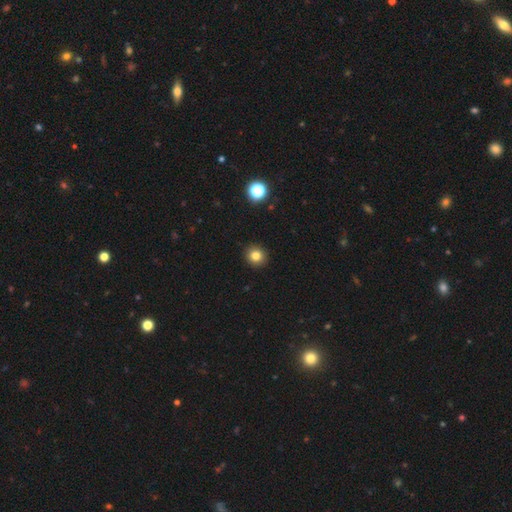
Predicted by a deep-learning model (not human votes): Smooth or featured?
  - smooth: 82% *
  - star or artifact: 13%
  - featured or disk: 6%
How rounded?
  - round: 88% *
  - in between: 11%
  - cigar-shaped: 1%
Merging?
  - none: 92% *
  - minor disturbance: 5%
  - major disturbance: 2%
  - merger: 1%